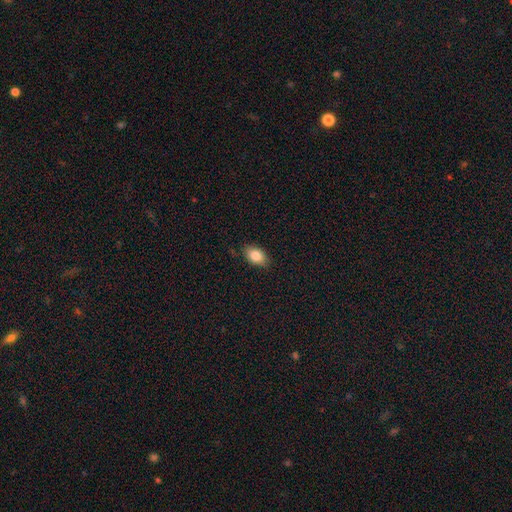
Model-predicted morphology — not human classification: Q: Smooth or featured?
A: smooth (85%); runner-up: star or artifact (8%)
Q: How rounded?
A: in between (88%); runner-up: round (10%)
Q: Merging?
A: none (85%); runner-up: minor disturbance (12%)